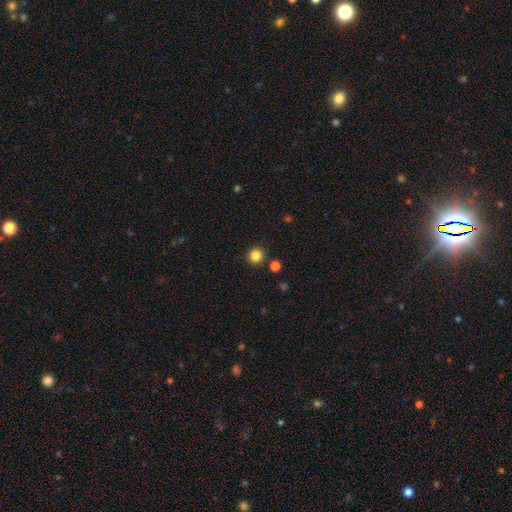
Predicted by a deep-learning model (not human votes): A smooth galaxy with no disk features (85%) that is round (94%). Merging: none (89%).